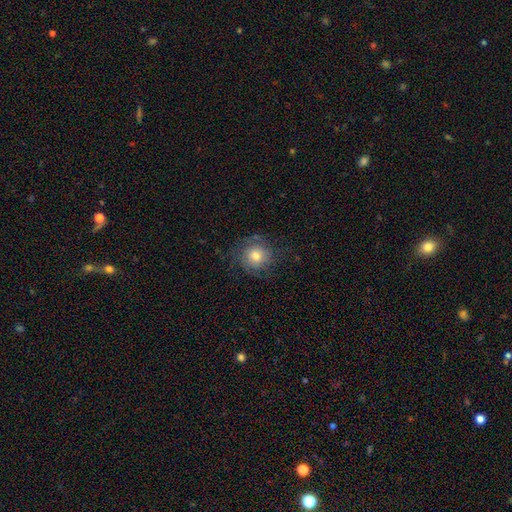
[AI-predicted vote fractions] This appears to be a smooth galaxy with no disk features (63%) that is round (88%). Merging: none (72%).